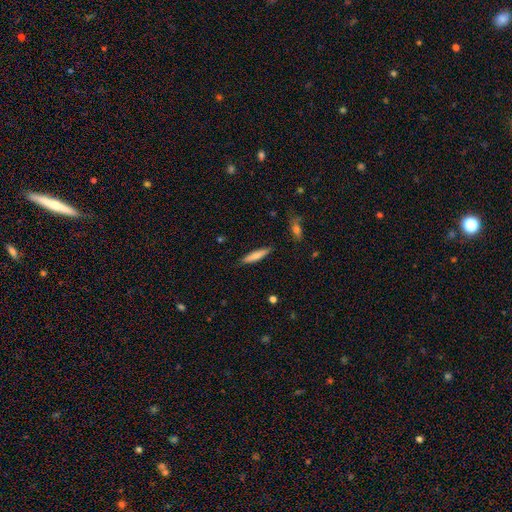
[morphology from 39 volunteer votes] Smooth or featured: smooth — 85% (featured or disk — 13%)
How rounded: cigar-shaped — 85% (in between — 15%)
Merging: none — 84% (minor disturbance — 16%)